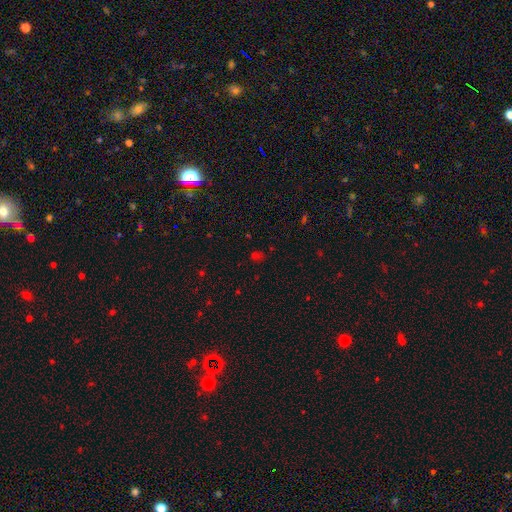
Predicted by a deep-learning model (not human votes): The model was most divided on "smooth or featured": smooth: 48%, star or artifact: 45%, featured or disk: 7%. More confident: merging — none (69%).